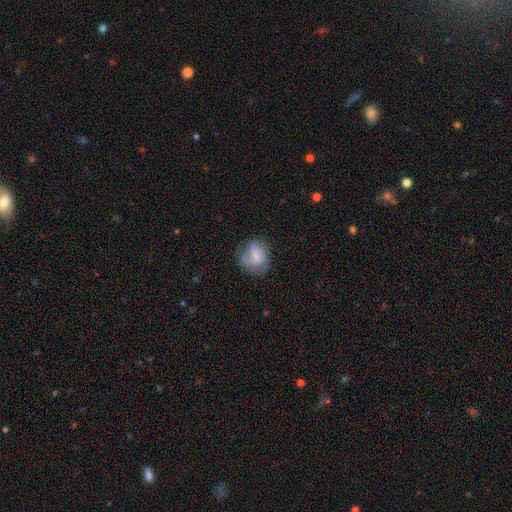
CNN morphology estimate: This is possibly a smooth galaxy (57%). How rounded: likely round (60%). Merging: possibly none (52%).